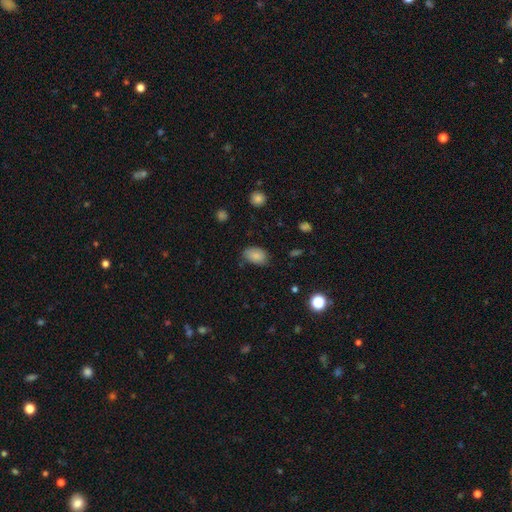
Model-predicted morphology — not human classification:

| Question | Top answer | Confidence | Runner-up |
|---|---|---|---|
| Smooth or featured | smooth | 85% | star or artifact (8%) |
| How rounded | in between | 89% | round (10%) |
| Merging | none | 75% | minor disturbance (19%) |